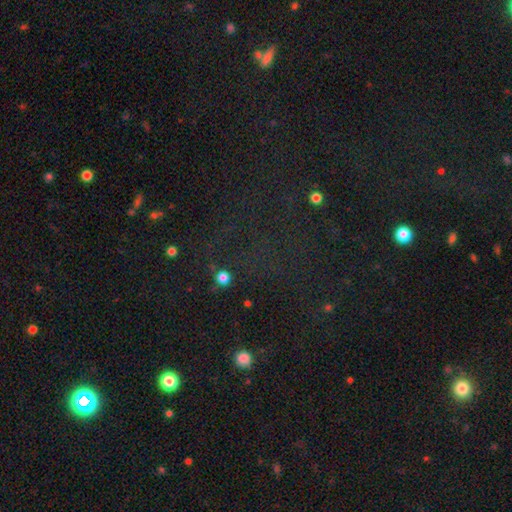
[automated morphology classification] Overall: star or artifact (67%).